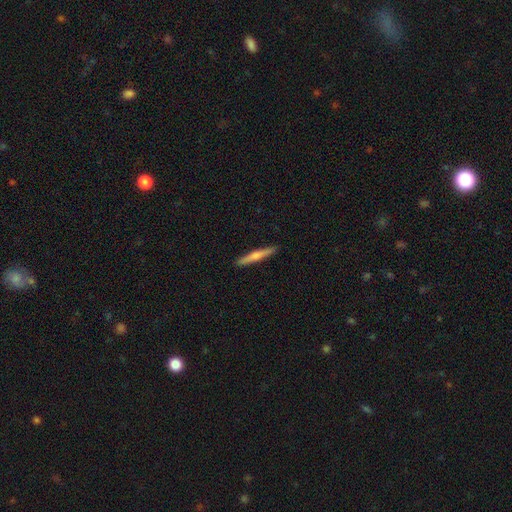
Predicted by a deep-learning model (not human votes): This appears to be a smooth galaxy with no disk features (57%) that is cigar-shaped (95%). Merging: none (92%).